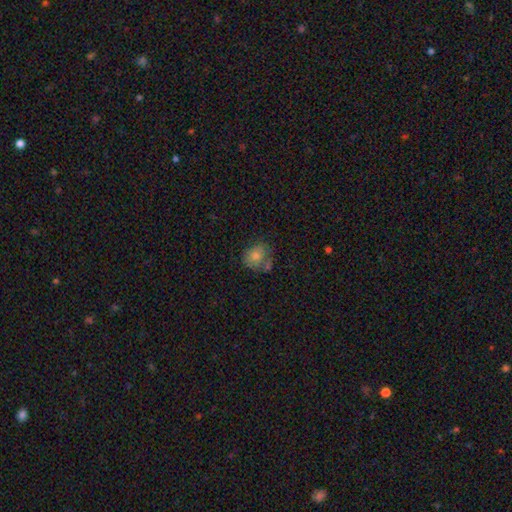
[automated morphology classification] The model was most divided on "how rounded": round: 66%, in between: 33%, cigar-shaped: 1%. More confident: smooth or featured — smooth (70%); merging — none (59%).